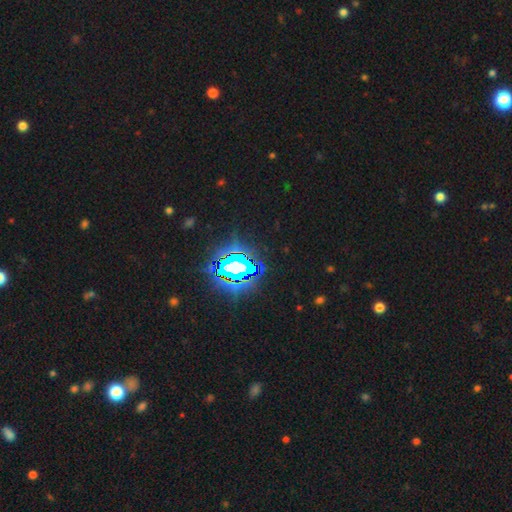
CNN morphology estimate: smooth-or-featured: star or artifact: 84% | smooth: 9% | featured or disk: 6%